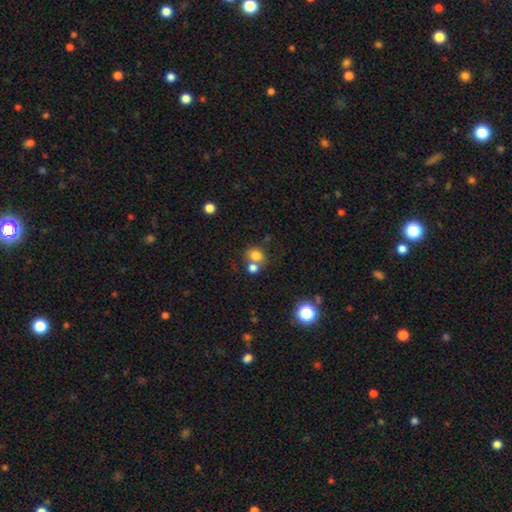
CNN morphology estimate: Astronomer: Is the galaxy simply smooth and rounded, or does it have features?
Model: smooth — 77%.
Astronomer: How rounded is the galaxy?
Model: round — 58% (runner-up: in between, 41%).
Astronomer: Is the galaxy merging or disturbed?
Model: none — 46% (runner-up: merger, 39%).